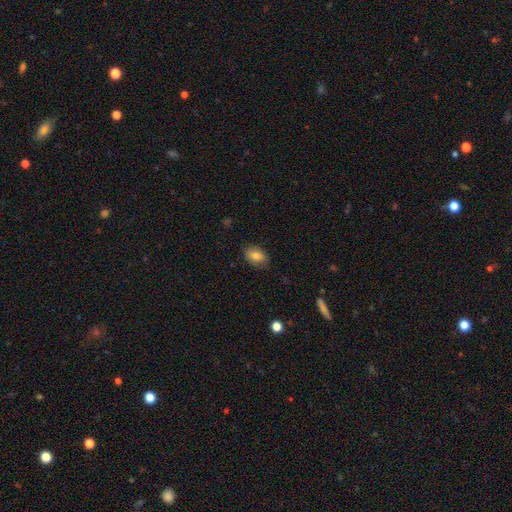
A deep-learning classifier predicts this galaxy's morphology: smooth-or-featured: smooth: 80% | featured or disk: 12% | star or artifact: 8%
  how-rounded: in between: 83% | round: 15% | cigar-shaped: 1%
  merging: none: 81% | minor disturbance: 15% | major disturbance: 3% | merger: 1%